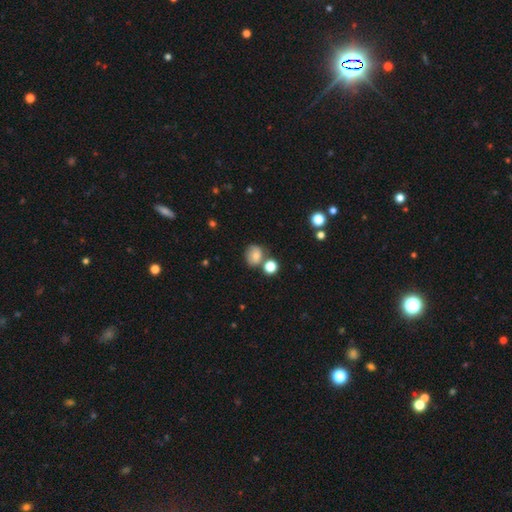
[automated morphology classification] Smooth or featured? smooth (74%)
How rounded? round (70%)
Merging? none (61%)